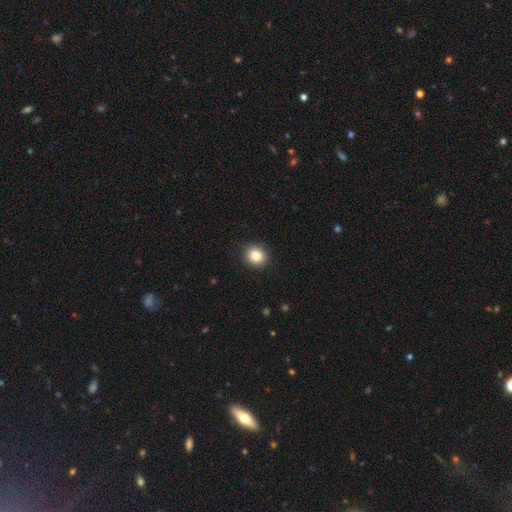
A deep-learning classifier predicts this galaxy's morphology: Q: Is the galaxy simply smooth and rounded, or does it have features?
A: smooth — 85%.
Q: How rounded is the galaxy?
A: round — 80%.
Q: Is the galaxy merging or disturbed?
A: none — 90%.